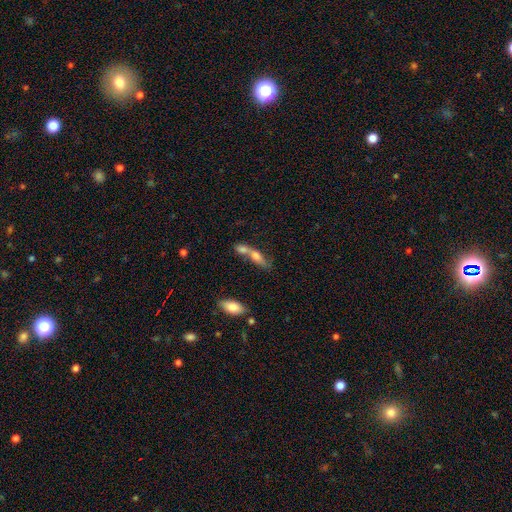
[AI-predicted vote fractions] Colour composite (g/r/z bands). It shows a smooth galaxy with no disk features (61%) that is in between round and cigar-shaped (54%). Merging: merger (63%).